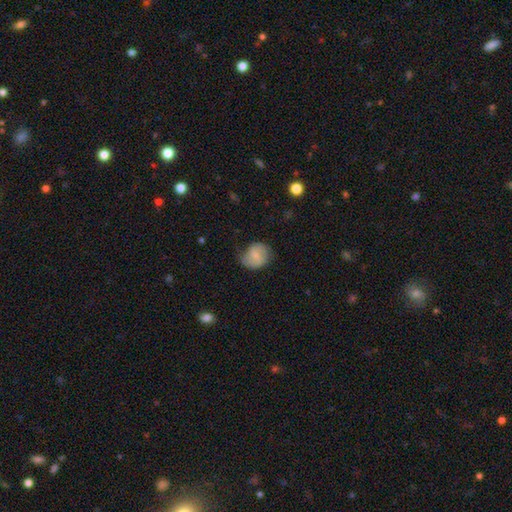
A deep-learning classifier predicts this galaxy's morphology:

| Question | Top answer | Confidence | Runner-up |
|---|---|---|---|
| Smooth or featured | smooth | 62% | featured or disk (30%) |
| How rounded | round | 68% | in between (31%) |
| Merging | none | 55% | minor disturbance (32%) |